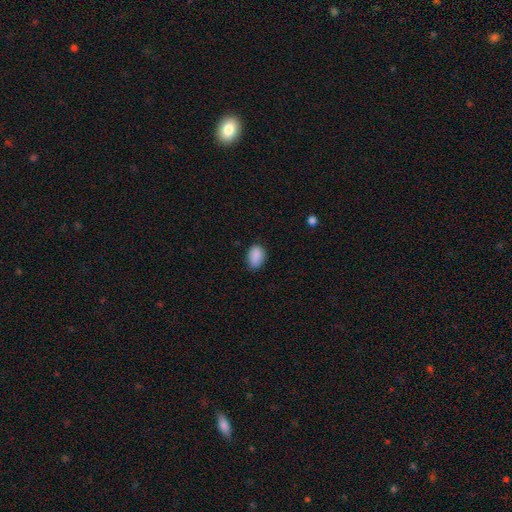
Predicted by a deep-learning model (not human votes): The model was most divided on "merging": none: 77%, minor disturbance: 19%, major disturbance: 3%, merger: 1%. More confident: smooth or featured — smooth (89%); how rounded — in between (83%).